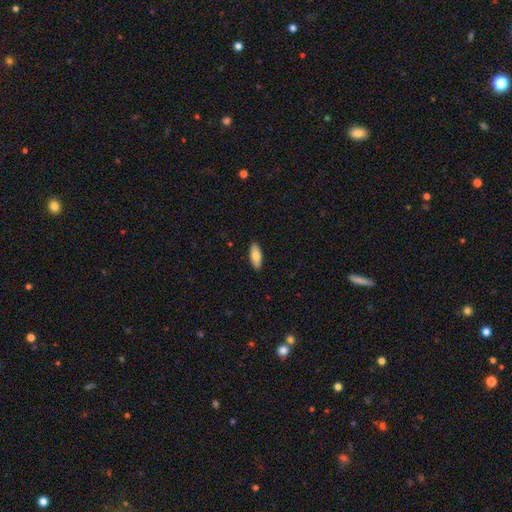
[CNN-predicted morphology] Smooth or featured: smooth — 79% (featured or disk — 15%)
How rounded: in between — 82% (cigar-shaped — 16%)
Merging: none — 90% (minor disturbance — 8%)